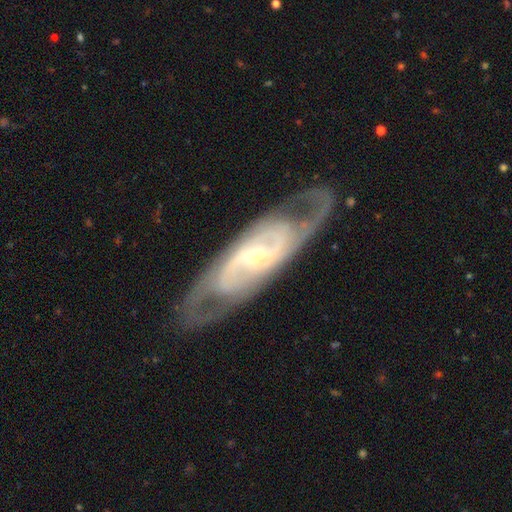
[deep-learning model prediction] This is clearly a featured or disk galaxy (87%). It is clearly not viewed edge-on (87%). Bar: marginally no (42%). Spiral arm pattern: clearly yes (92%). Spiral arm count: likely 2 (65%). Spiral winding: marginally tight (45%). Central bulge: likely small (74%). Merging: likely none (77%).